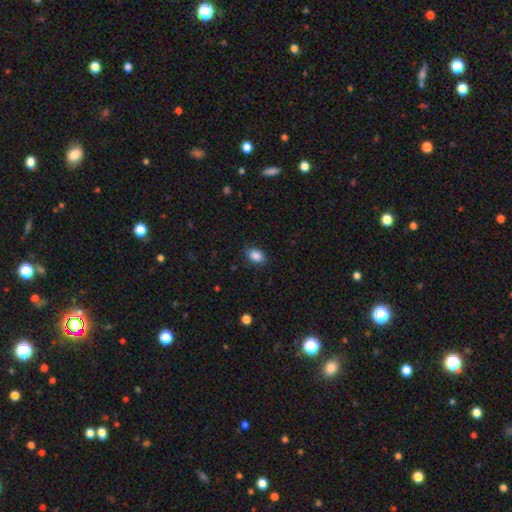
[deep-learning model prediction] Smooth or featured: smooth — 87% (star or artifact — 8%)
How rounded: in between — 78% (round — 21%)
Merging: none — 83% (minor disturbance — 13%)